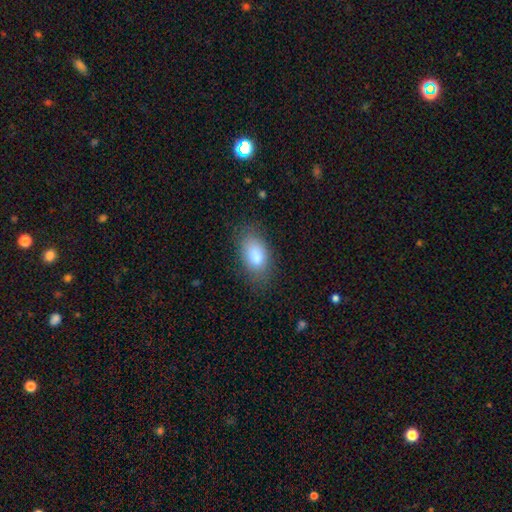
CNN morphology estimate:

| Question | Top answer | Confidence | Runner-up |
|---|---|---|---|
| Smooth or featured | smooth | 84% | featured or disk (8%) |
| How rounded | in between | 92% | round (6%) |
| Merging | none | 78% | minor disturbance (16%) |